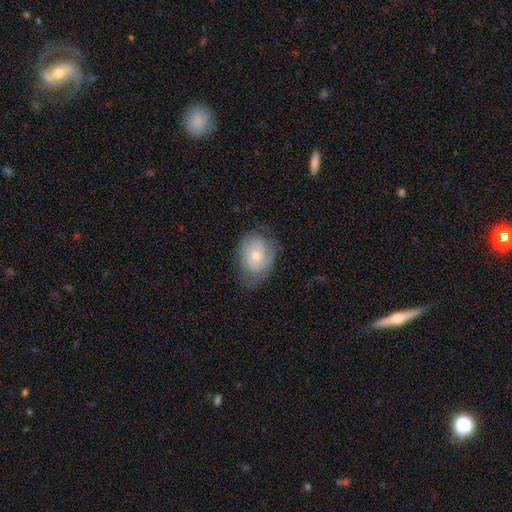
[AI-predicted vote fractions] featured or disk 68%, smooth 25%, star or artifact 7%. Down the decision tree: edge-on disk — no (97%); bar — no (71%); spiral arms — yes (88%); spiral arm count — 2 (52%); spiral winding — tight (51%); bulge size — moderate (50%); merging — none (65%).